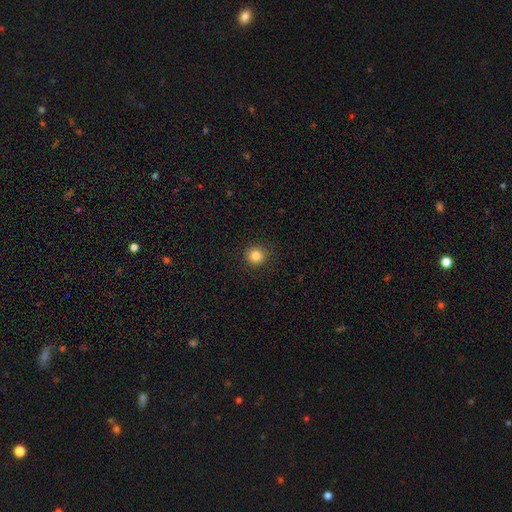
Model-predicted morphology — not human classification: type=smooth (83%); roundness=round (95%); merging=none (92%).